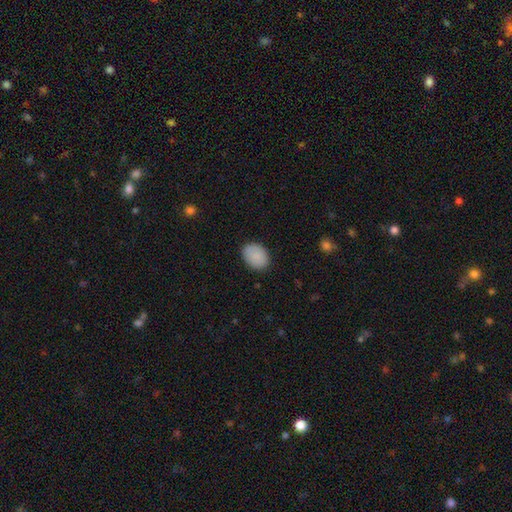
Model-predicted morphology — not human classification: Smooth or featured: smooth — 88% (star or artifact — 7%)
How rounded: in between — 66% (round — 33%)
Merging: none — 85% (minor disturbance — 12%)